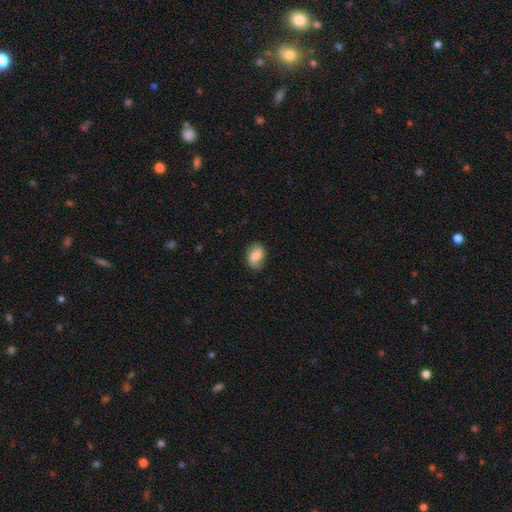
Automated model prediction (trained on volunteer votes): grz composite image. It shows a smooth galaxy with no disk features (63%) that is in between round and cigar-shaped (79%). Merging: none (78%).